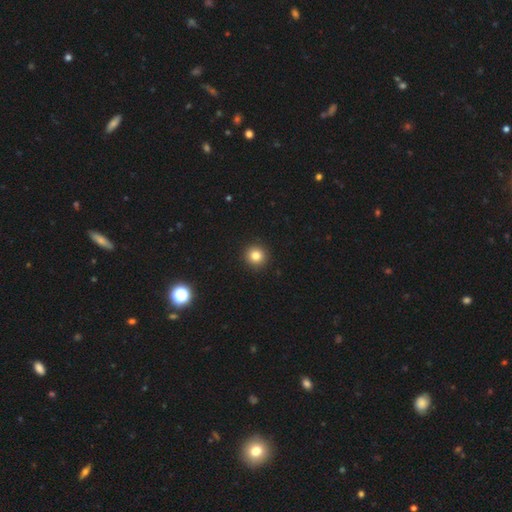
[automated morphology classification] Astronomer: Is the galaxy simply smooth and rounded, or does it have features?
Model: smooth — 82%.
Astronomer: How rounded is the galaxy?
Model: round — 95%.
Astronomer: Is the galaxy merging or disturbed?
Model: none — 93%.